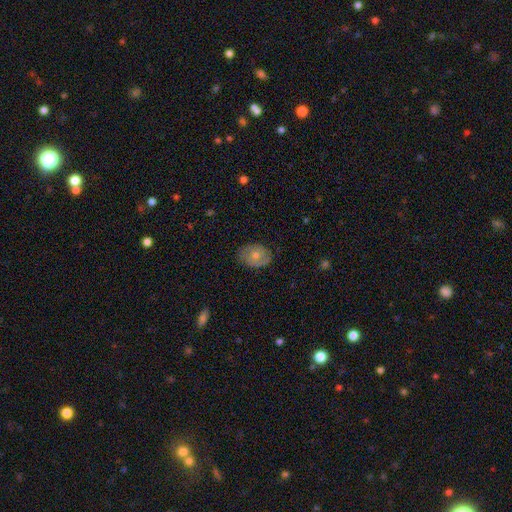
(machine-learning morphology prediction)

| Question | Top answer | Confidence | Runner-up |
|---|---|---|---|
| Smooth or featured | smooth | 57% | featured or disk (36%) |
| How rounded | in between | 68% | round (31%) |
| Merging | none | 74% | minor disturbance (20%) |